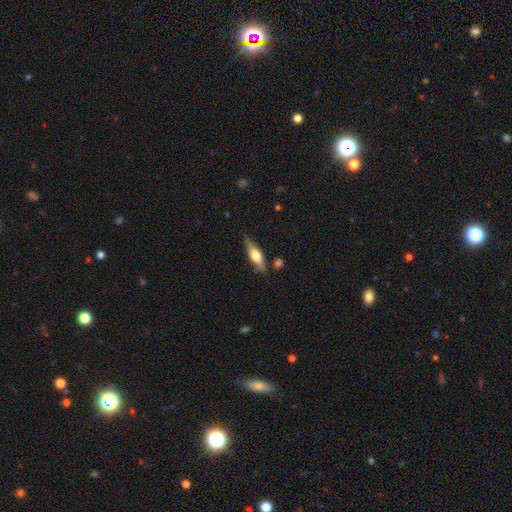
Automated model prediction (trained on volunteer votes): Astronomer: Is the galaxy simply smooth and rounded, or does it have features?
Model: smooth — 49% (runner-up: featured or disk, 45%).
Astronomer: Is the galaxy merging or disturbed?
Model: none — 77%.